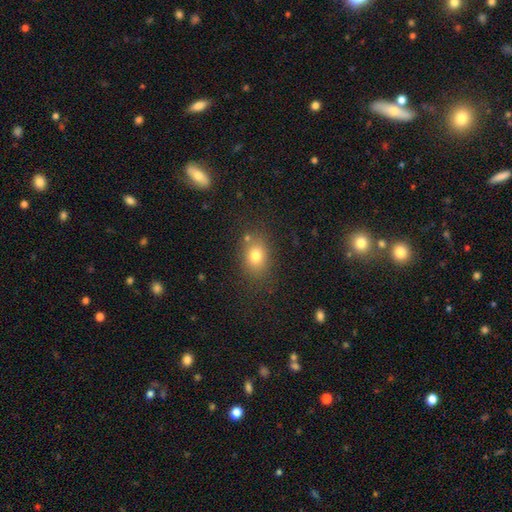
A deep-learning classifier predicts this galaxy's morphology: Smooth or featured? smooth (77%)
How rounded? in between (63%)
Merging? none (75%)